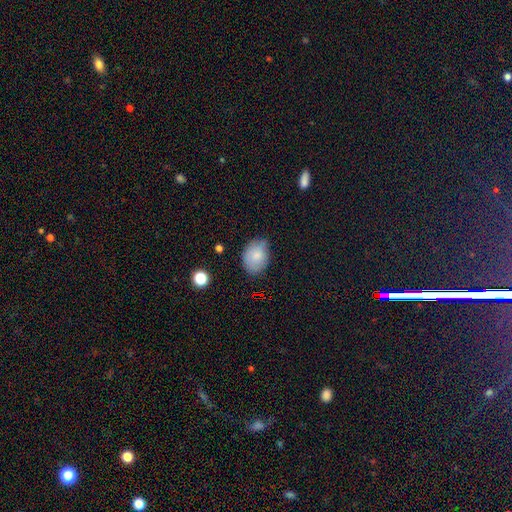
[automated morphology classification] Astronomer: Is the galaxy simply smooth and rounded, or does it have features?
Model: smooth — 81%.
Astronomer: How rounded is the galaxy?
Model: in between — 69%.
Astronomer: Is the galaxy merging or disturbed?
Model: none — 62%.